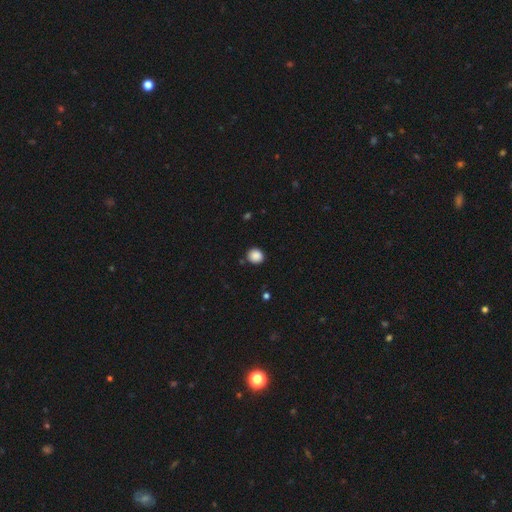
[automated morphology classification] Q: Smooth or featured?
A: smooth (88%); runner-up: star or artifact (10%)
Q: How rounded?
A: round (87%); runner-up: in between (12%)
Q: Merging?
A: none (87%); runner-up: minor disturbance (8%)